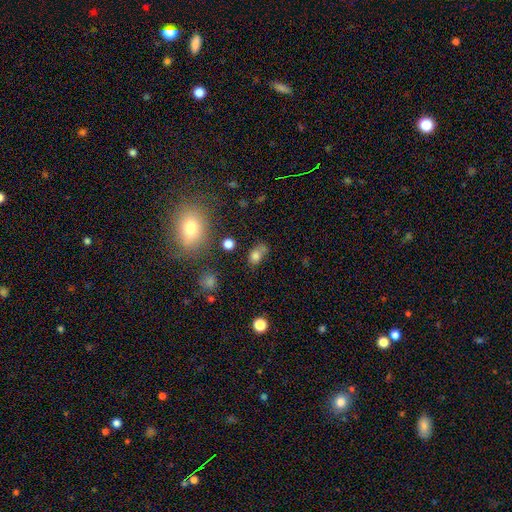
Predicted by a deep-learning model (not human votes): Smooth or featured? smooth (77%)
How rounded? in between (64%)
Merging? none (46%)